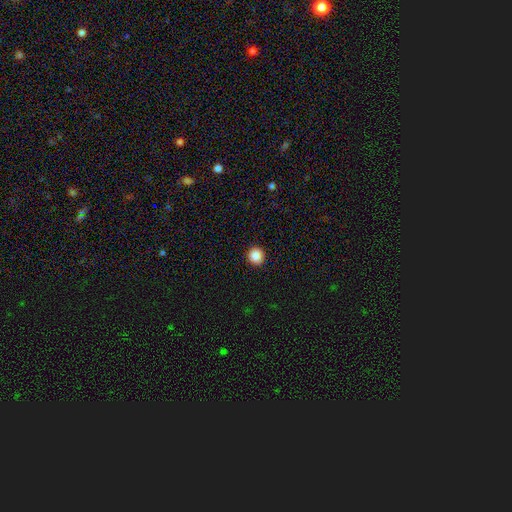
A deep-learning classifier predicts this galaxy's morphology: Smooth or featured? smooth (88%)
How rounded? round (92%)
Merging? none (93%)